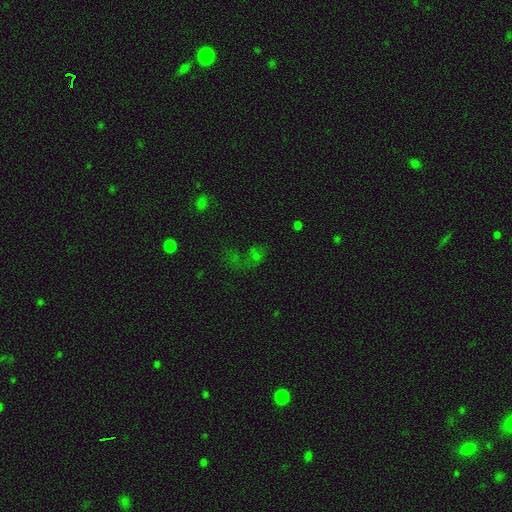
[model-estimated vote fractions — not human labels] This is possibly a star or artifact rather than a galaxy (46%).